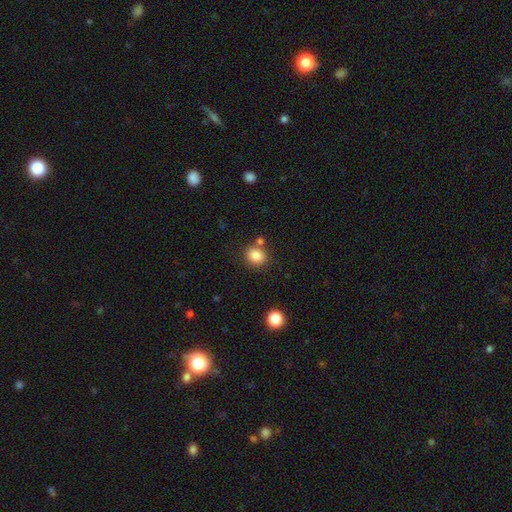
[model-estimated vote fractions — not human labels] Smooth or featured: smooth — 85% (star or artifact — 10%)
How rounded: round — 75% (in between — 24%)
Merging: none — 73% (merger — 12%)